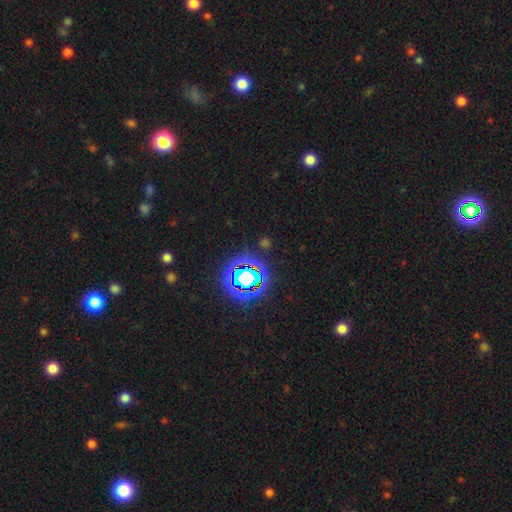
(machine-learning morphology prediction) This is clearly a star or artifact rather than a galaxy (81%).